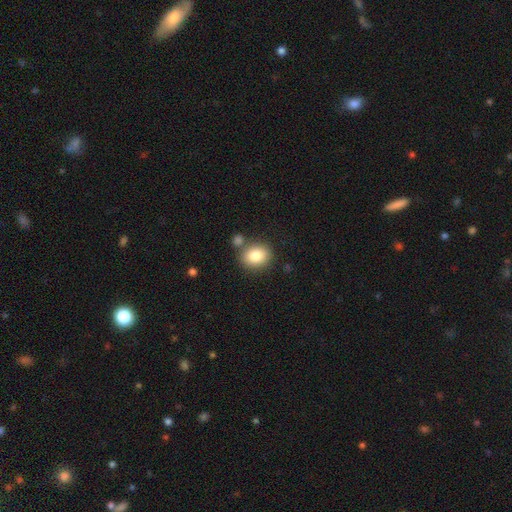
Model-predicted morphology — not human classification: type=smooth (84%); roundness=round (61%); merging=none (72%).